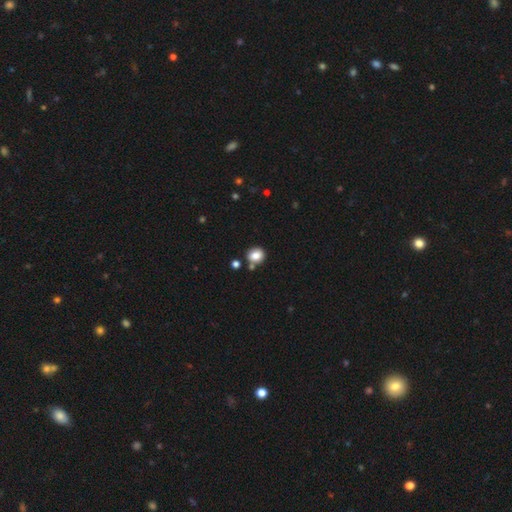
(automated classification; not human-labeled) Smooth or featured? smooth (83%)
How rounded? round (68%)
Merging? none (71%)